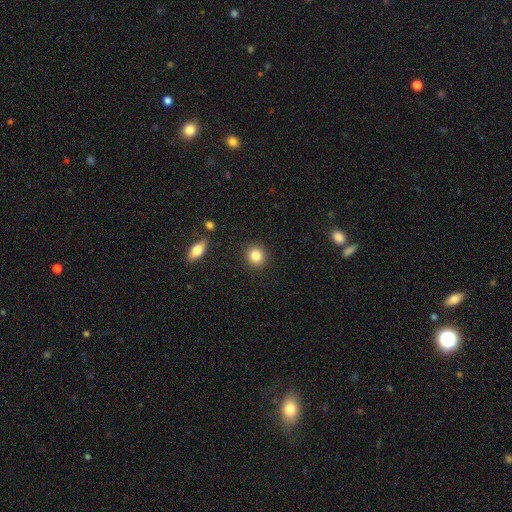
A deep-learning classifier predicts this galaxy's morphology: A smooth galaxy with no disk features (86%) that is round (85%). Merging: none (90%).